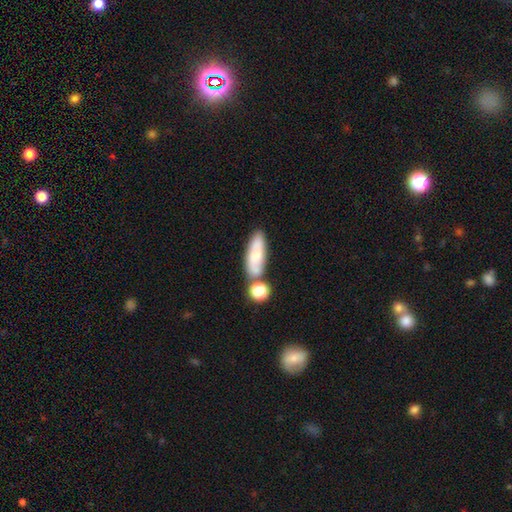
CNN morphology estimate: Smooth or featured: smooth — 66% (featured or disk — 26%)
How rounded: in between — 62% (cigar-shaped — 34%)
Merging: none — 53% (merger — 25%)